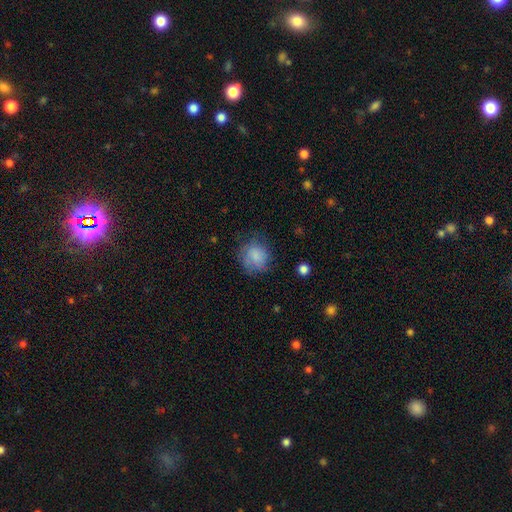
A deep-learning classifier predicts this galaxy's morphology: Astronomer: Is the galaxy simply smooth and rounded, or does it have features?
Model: smooth — 76%.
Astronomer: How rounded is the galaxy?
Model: round — 81%.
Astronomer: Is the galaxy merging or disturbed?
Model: none — 66%.